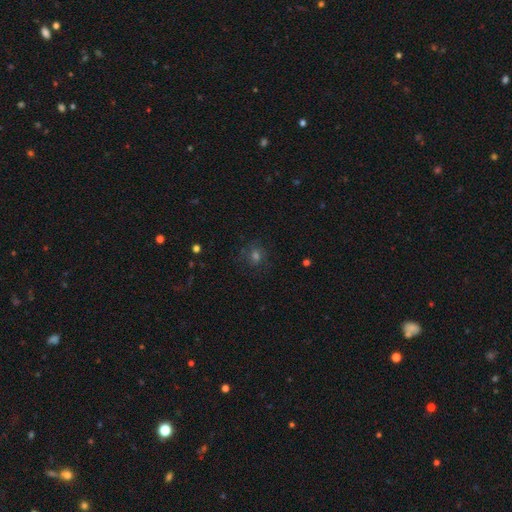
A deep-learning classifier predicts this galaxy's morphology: A smooth galaxy with no disk features (51%) that is round (80%). Merging: none (78%).